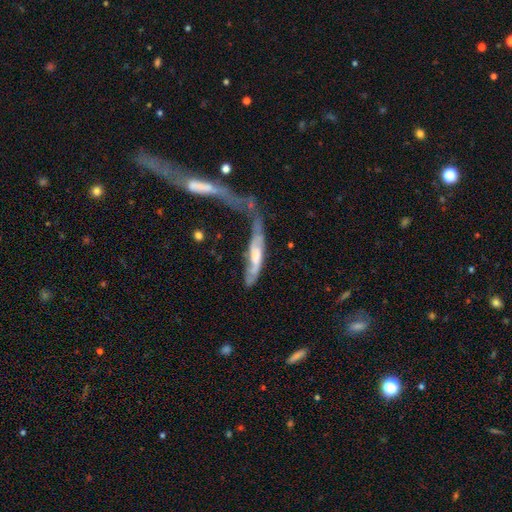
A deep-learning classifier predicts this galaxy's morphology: type=featured or disk (59%); edge-on=no (59%); merging=merger (32%).